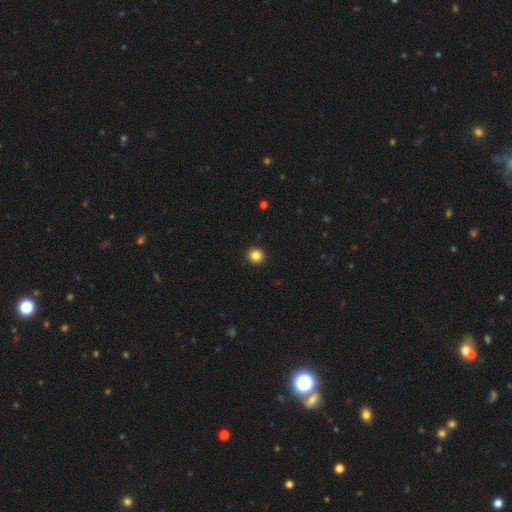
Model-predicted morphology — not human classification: Q: Smooth or featured?
A: smooth (85%); runner-up: star or artifact (11%)
Q: How rounded?
A: round (94%); runner-up: in between (5%)
Q: Merging?
A: none (94%); runner-up: minor disturbance (4%)